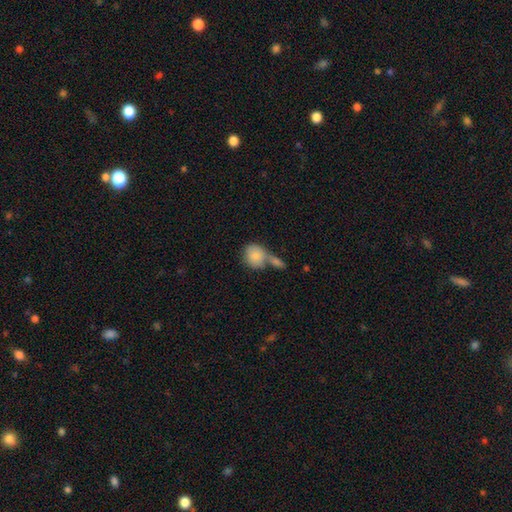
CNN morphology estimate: Smooth or featured? Predicted: smooth (p=0.83). How rounded? Predicted: round (p=0.70). Merging? Predicted: merger (p=0.46).